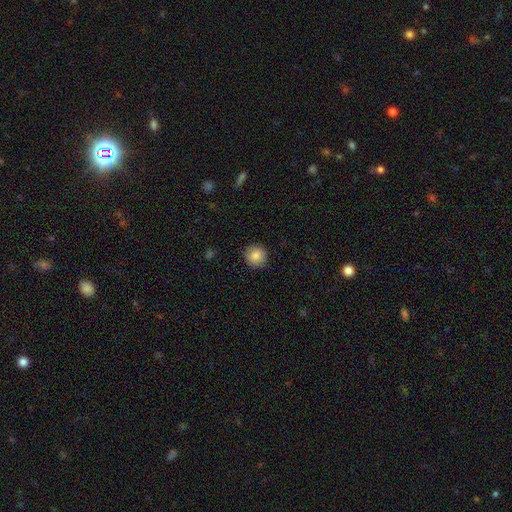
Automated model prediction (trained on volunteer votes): Smooth or featured: smooth — 86% (star or artifact — 9%)
How rounded: round — 93% (in between — 6%)
Merging: none — 91% (minor disturbance — 6%)